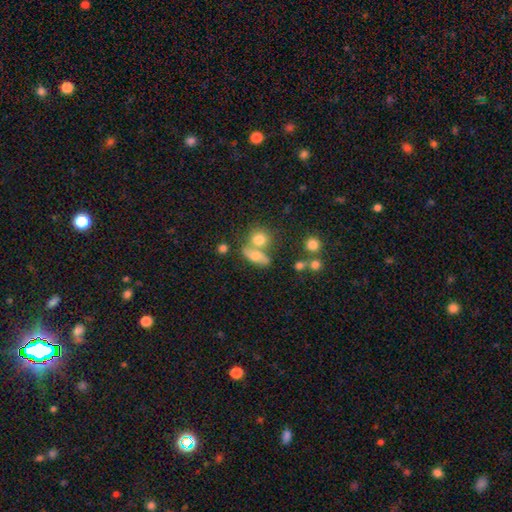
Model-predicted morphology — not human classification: This is likely a smooth galaxy (65%). How rounded: likely in between (62%). Merging: marginally none (41%).